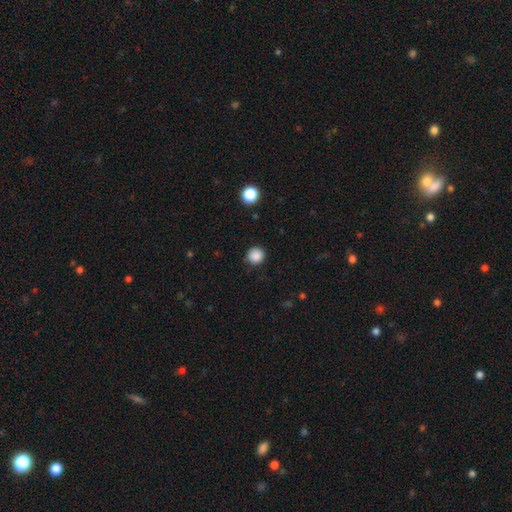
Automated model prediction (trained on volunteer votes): Smooth or featured? smooth (87%)
How rounded? round (93%)
Merging? none (88%)